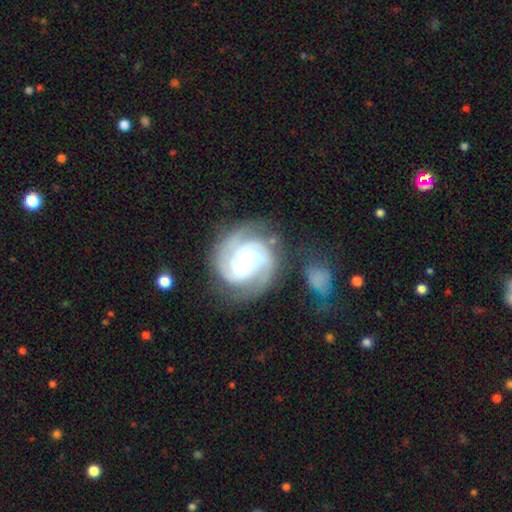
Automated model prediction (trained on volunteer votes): A featured or disk galaxy (88%) with a weak bar (44%), 2 (71%) medium (46%) spiral arms (97%) and a moderate central bulge (65%). Merging: none (71%).